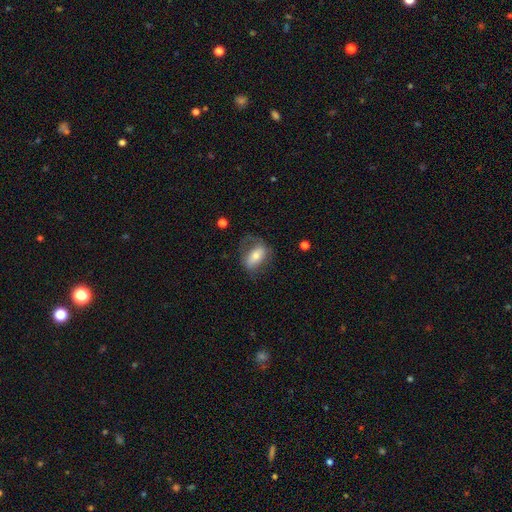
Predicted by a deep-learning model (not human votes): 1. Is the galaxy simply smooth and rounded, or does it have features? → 56% smooth, 37% featured or disk, 7% star or artifact.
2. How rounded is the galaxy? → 83% in between, 10% round, 7% cigar-shaped.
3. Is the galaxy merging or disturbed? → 52% none, 25% minor disturbance, 21% major disturbance, 2% merger.